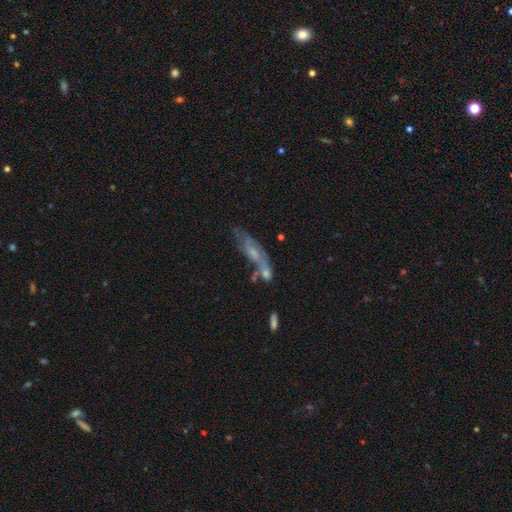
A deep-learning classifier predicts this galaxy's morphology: A featured or disk galaxy (51%). Merging: none (38%).